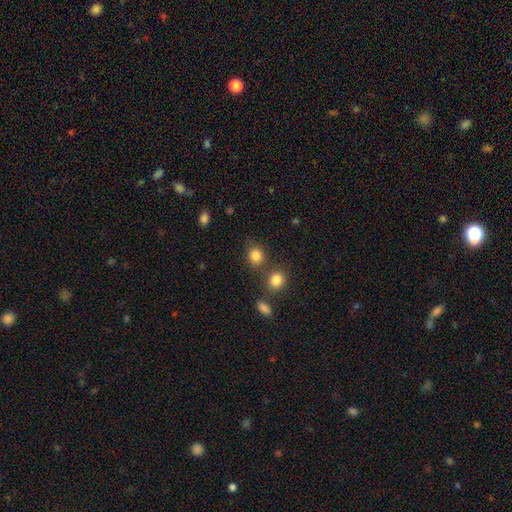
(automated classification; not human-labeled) Smooth or featured: smooth — 83% (star or artifact — 11%)
How rounded: round — 76% (in between — 23%)
Merging: none — 70% (merger — 14%)